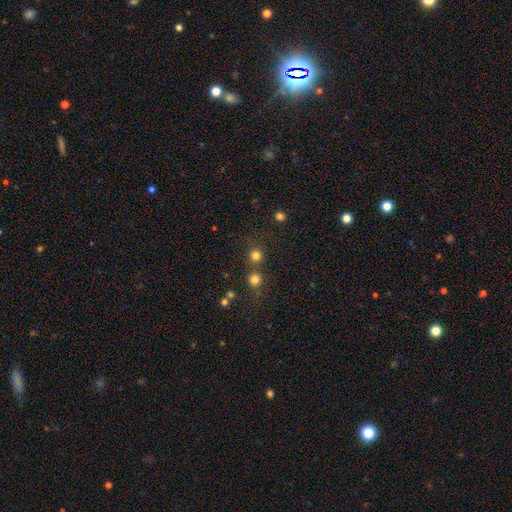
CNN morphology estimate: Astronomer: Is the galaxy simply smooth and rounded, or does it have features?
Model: smooth — 76%.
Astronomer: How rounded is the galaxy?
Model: round — 93%.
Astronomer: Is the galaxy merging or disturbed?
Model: none — 71%.